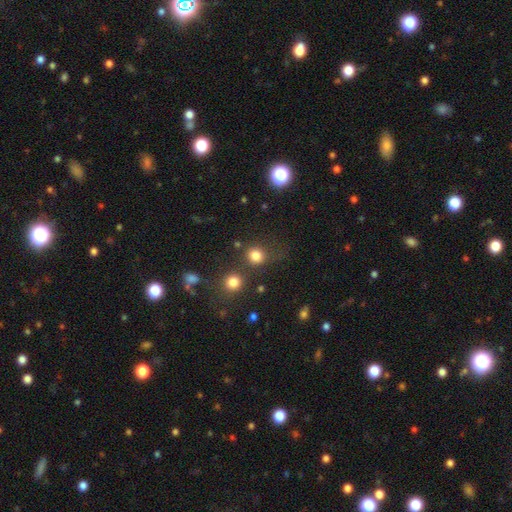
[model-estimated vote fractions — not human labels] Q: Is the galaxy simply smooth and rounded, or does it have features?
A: smooth — 81%.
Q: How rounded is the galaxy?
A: round — 85%.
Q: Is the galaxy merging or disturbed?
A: none — 65%.